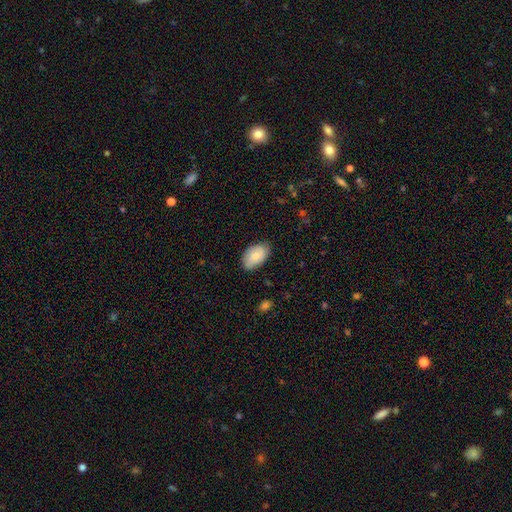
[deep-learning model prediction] This appears to be a smooth galaxy with no disk features (76%) that is in between round and cigar-shaped (93%). Merging: none (80%).